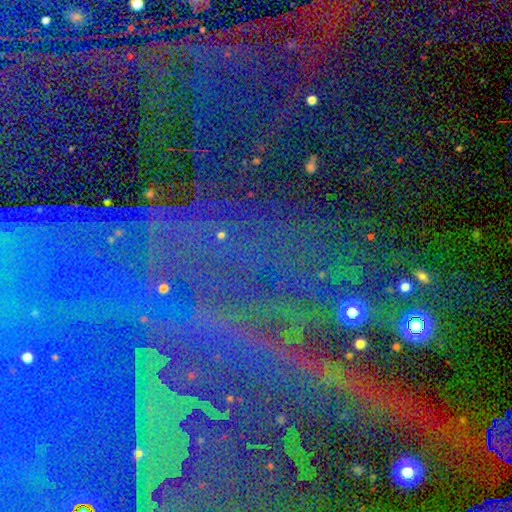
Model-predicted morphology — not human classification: A star or artifact, not a galaxy (88%).

Vote fractions:
- Smooth or featured? star or artifact: 88% / featured or disk: 7% / smooth: 6%